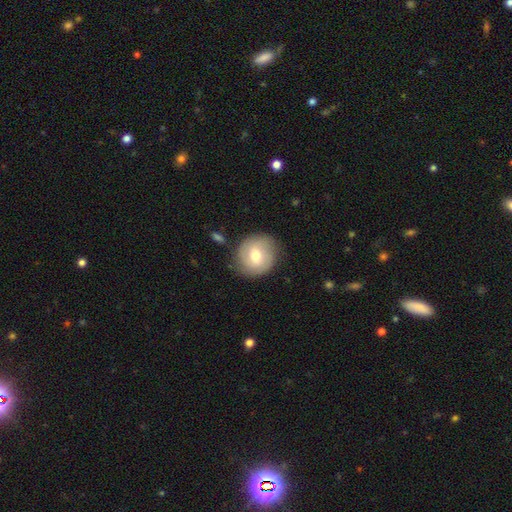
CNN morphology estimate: Smooth or featured? smooth (61%)
How rounded? round (87%)
Merging? none (81%)